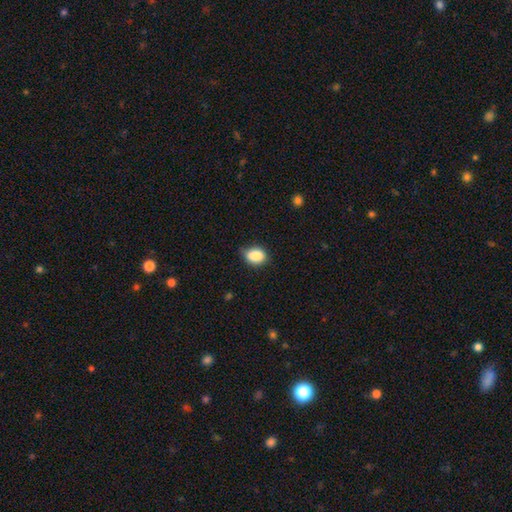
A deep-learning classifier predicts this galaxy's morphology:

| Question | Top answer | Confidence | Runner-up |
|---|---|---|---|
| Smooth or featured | smooth | 86% | star or artifact (9%) |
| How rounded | in between | 67% | round (32%) |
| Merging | none | 66% | minor disturbance (28%) |